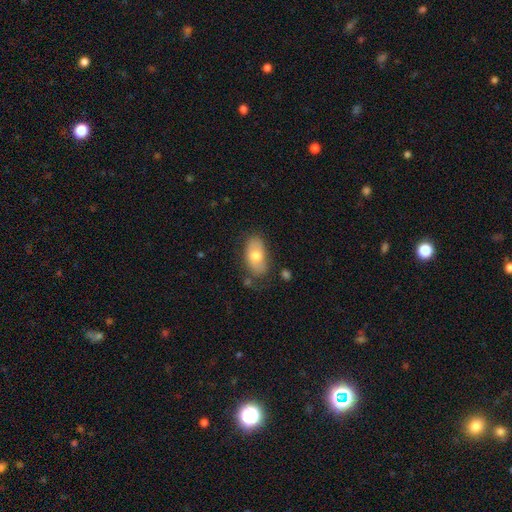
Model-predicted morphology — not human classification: smooth-or-featured: smooth: 69% | featured or disk: 25% | star or artifact: 7%
  how-rounded: in between: 92% | round: 6% | cigar-shaped: 2%
  merging: none: 69% | minor disturbance: 21% | major disturbance: 6% | merger: 4%